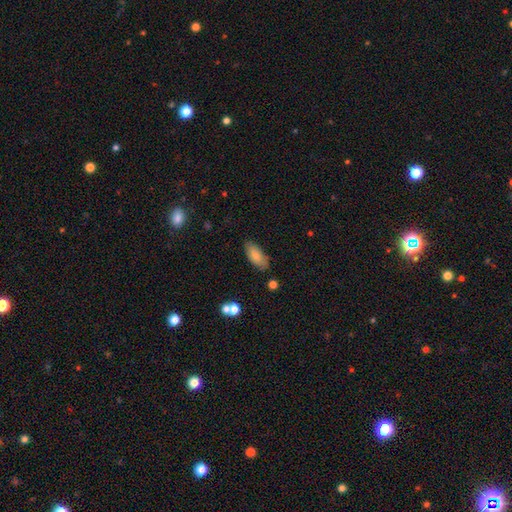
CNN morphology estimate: Q: Smooth or featured?
A: smooth (78%); runner-up: featured or disk (15%)
Q: How rounded?
A: in between (88%); runner-up: cigar-shaped (9%)
Q: Merging?
A: none (78%); runner-up: minor disturbance (16%)